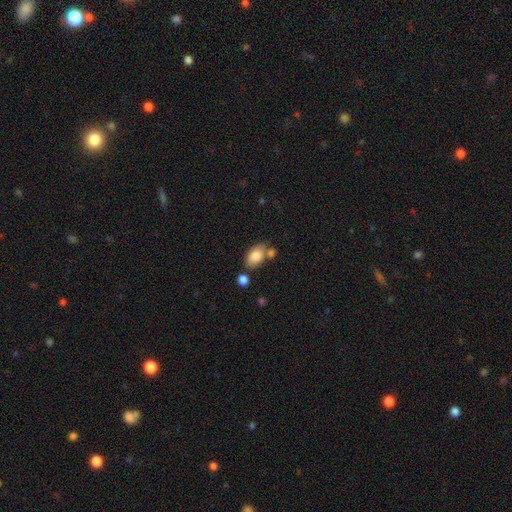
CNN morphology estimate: Smooth or featured? smooth (83%)
How rounded? in between (90%)
Merging? none (59%)